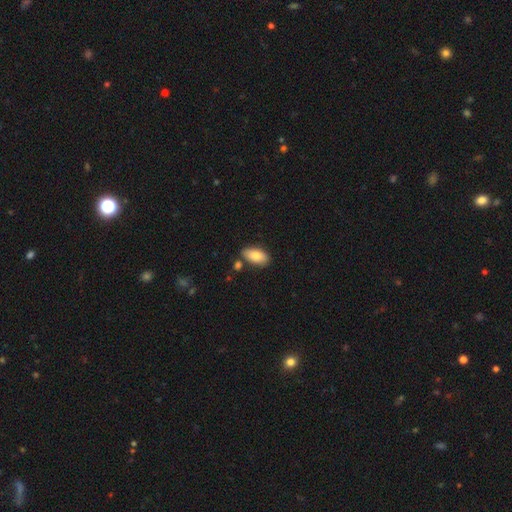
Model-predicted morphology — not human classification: Smooth or featured? Predicted: smooth (p=0.84). How rounded? Predicted: in between (p=0.93). Merging? Predicted: none (p=0.79).